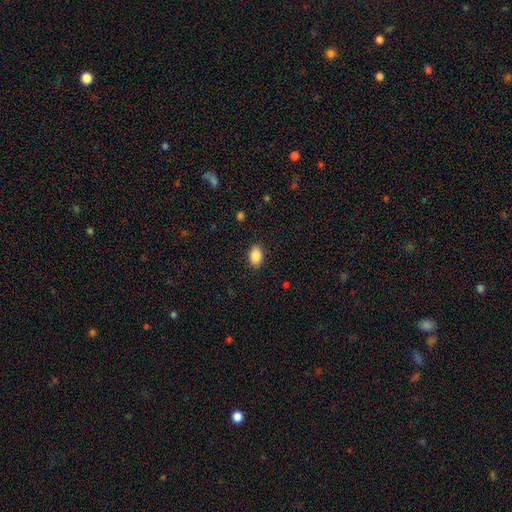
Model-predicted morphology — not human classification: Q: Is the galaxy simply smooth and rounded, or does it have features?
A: smooth — 88%.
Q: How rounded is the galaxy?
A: in between — 87%.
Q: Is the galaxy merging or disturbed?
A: none — 89%.